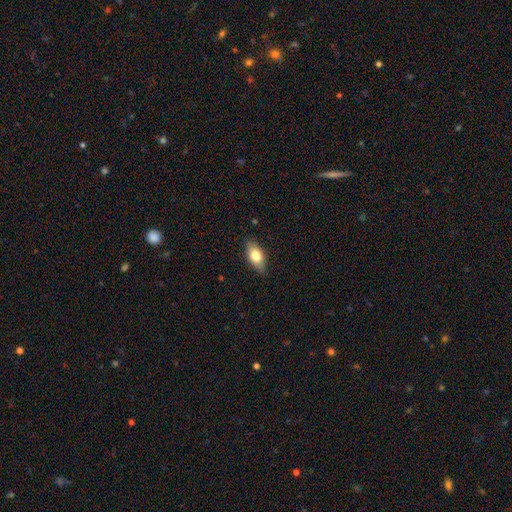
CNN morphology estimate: Smooth or featured?
  - smooth: 74% *
  - featured or disk: 19%
  - star or artifact: 7%
How rounded?
  - in between: 87% *
  - cigar-shaped: 7%
  - round: 6%
Merging?
  - none: 82% *
  - minor disturbance: 15%
  - major disturbance: 2%
  - merger: 1%